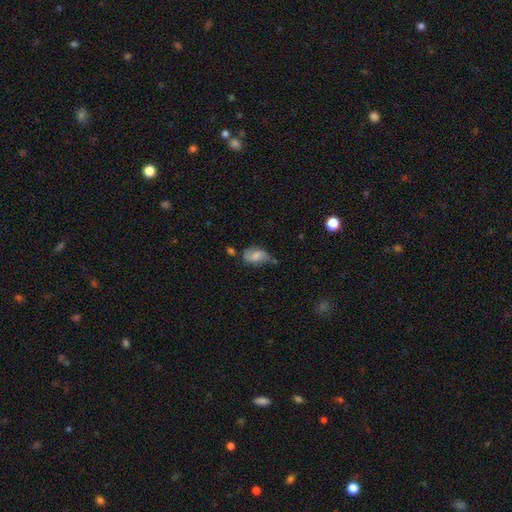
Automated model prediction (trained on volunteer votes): Smooth or featured? Predicted: smooth (p=0.55). How rounded? Predicted: in between (p=0.87). Merging? Predicted: none (p=0.46).